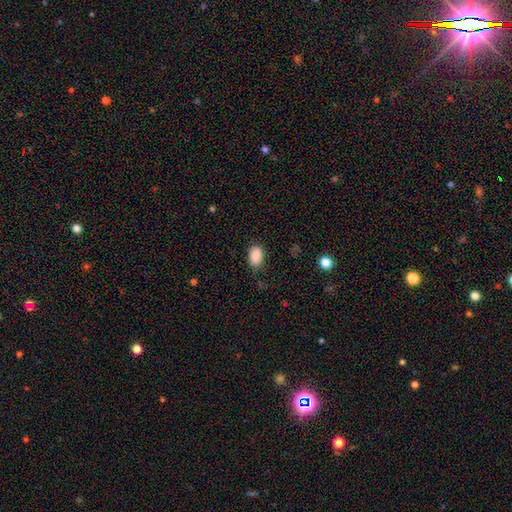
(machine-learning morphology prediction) type=smooth (89%); roundness=in between (88%); merging=none (79%).